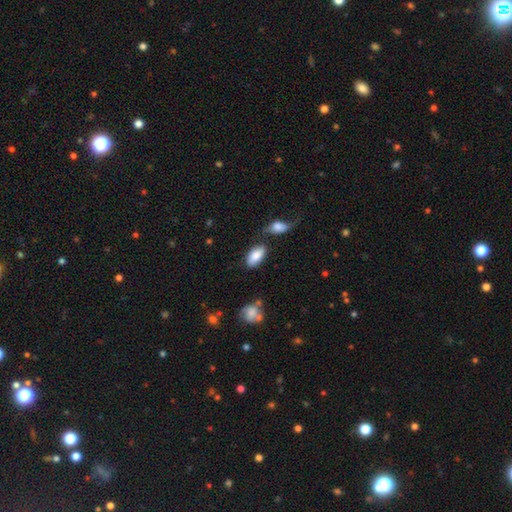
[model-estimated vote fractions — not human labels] Smooth or featured?
  - smooth: 84% *
  - featured or disk: 9%
  - star or artifact: 7%
How rounded?
  - in between: 94% *
  - round: 3%
  - cigar-shaped: 3%
Merging?
  - none: 64% *
  - minor disturbance: 18%
  - merger: 11%
  - major disturbance: 7%